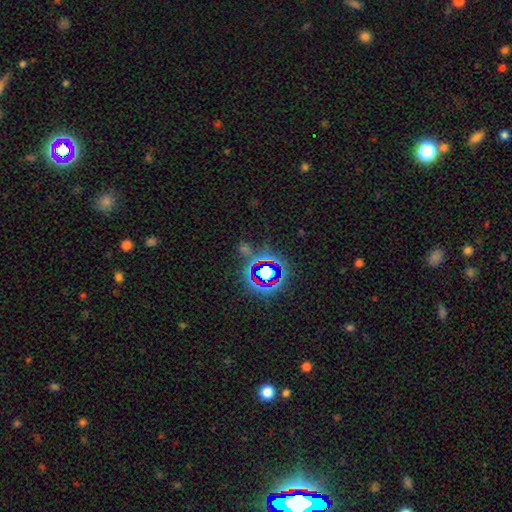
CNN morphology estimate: smooth-or-featured: star or artifact: 73% | smooth: 16% | featured or disk: 11%